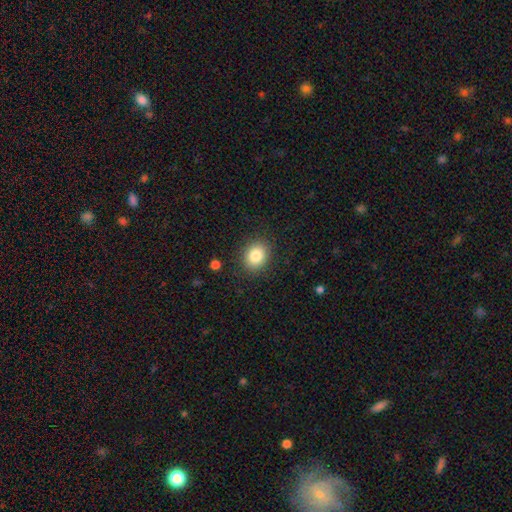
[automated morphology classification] A smooth galaxy with no disk features (84%) that is round (61%).

Vote fractions:
- Smooth or featured? smooth: 84% / star or artifact: 10% / featured or disk: 7%
- How rounded? round: 61% / in between: 38% / cigar-shaped: 1%
- Merging? none: 88% / minor disturbance: 8% / major disturbance: 3% / merger: 1%